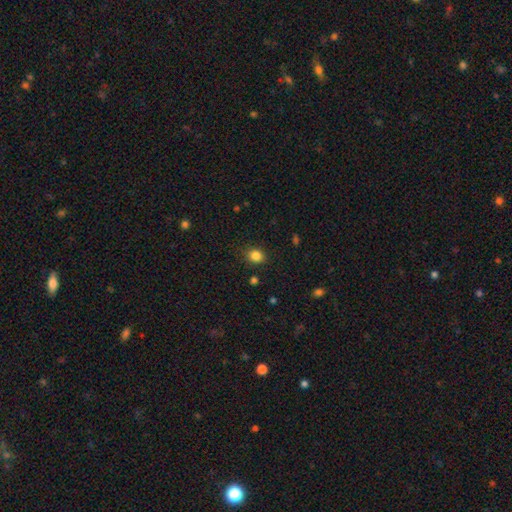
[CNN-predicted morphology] Smooth or featured: smooth — 84% (star or artifact — 12%)
How rounded: round — 67% (in between — 32%)
Merging: none — 86% (minor disturbance — 10%)